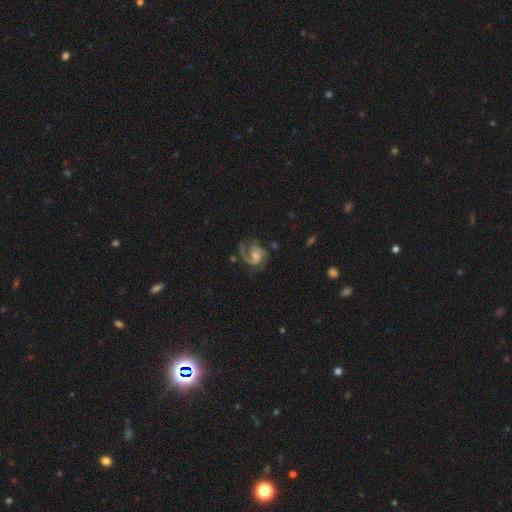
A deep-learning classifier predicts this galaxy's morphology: Smooth or featured: featured or disk — 89% (smooth — 6%)
Edge-on disk: no — 98% (yes — 2%)
Bar: no — 56% (weak — 36%)
Spiral arms: yes — 98% (no — 2%)
Spiral winding: medium — 53% (tight — 35%)
Spiral arm count: 2 — 74% (3 — 13%)
Bulge size: moderate — 52% (small — 39%)
Merging: none — 67% (minor disturbance — 19%)